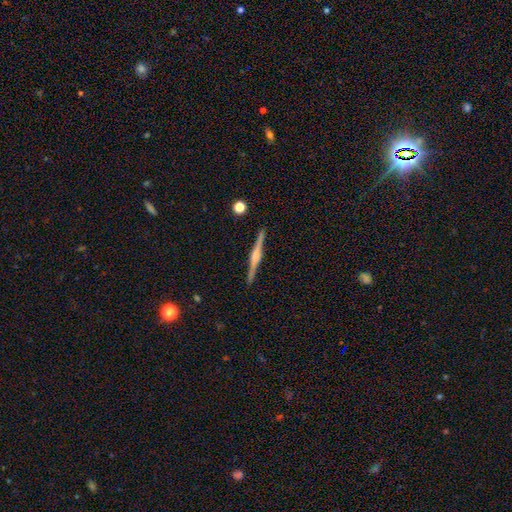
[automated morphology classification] smooth-or-featured: featured or disk: 79% | smooth: 15% | star or artifact: 6%
  disk-edge-on: yes: 99% | no: 1%
    edge-on-bulge: rounded: 67% | boxy: 25% | none: 9%
  merging: none: 92% | minor disturbance: 6% | major disturbance: 1% | merger: 1%